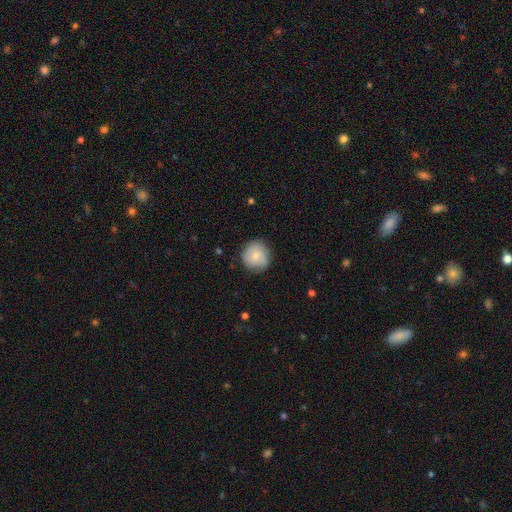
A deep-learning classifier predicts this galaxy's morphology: This appears to be a smooth galaxy with no disk features (67%) that is round (92%). Merging: none (80%).